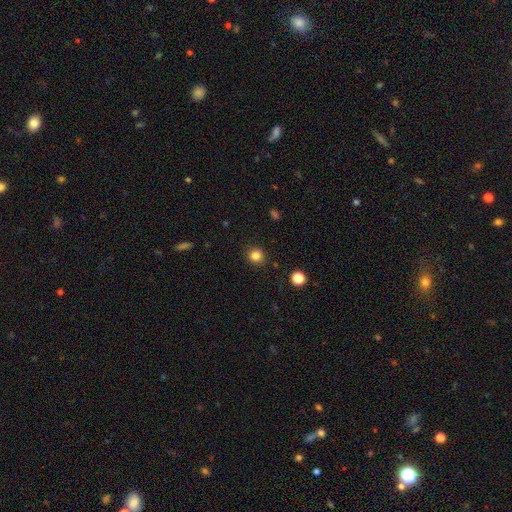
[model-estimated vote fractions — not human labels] The model was most divided on "smooth or featured": smooth: 83%, star or artifact: 12%, featured or disk: 5%. More confident: how rounded — round (92%); merging — none (91%).